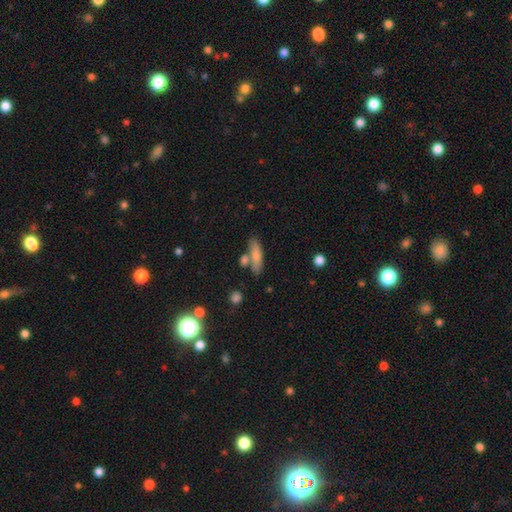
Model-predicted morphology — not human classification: type=smooth (77%); roundness=cigar-shaped (58%); merging=none (65%).